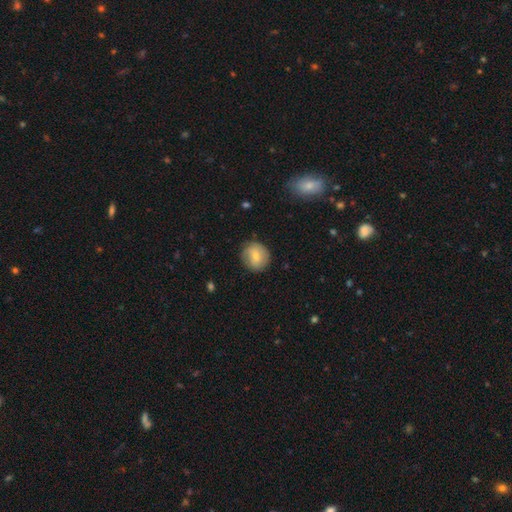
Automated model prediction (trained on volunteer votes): This appears to be a smooth galaxy with no disk features (72%) that is round (87%). Merging: none (82%).